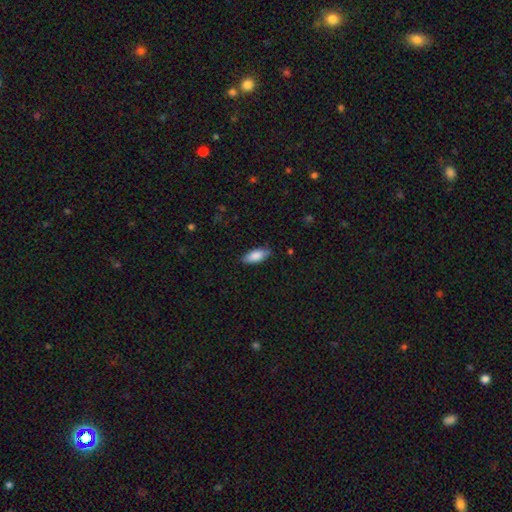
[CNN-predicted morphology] Smooth or featured? smooth (86%)
How rounded? in between (82%)
Merging? none (81%)